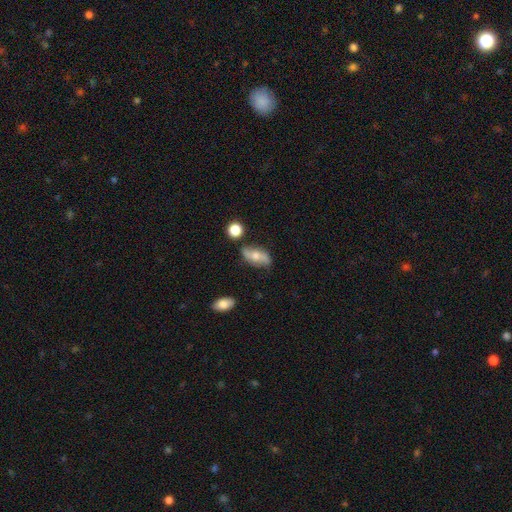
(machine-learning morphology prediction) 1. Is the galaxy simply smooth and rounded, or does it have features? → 50% featured or disk, 42% smooth, 8% star or artifact.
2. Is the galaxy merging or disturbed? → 72% none, 19% minor disturbance, 5% major disturbance, 4% merger.